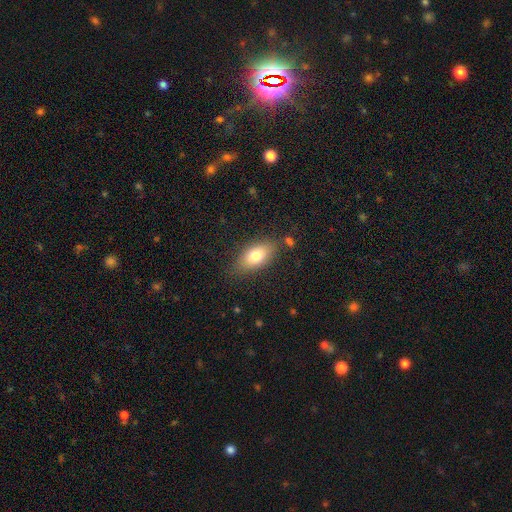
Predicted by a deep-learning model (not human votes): Q: Smooth or featured?
A: smooth (76%); runner-up: featured or disk (16%)
Q: How rounded?
A: in between (87%); runner-up: cigar-shaped (7%)
Q: Merging?
A: none (79%); runner-up: minor disturbance (14%)